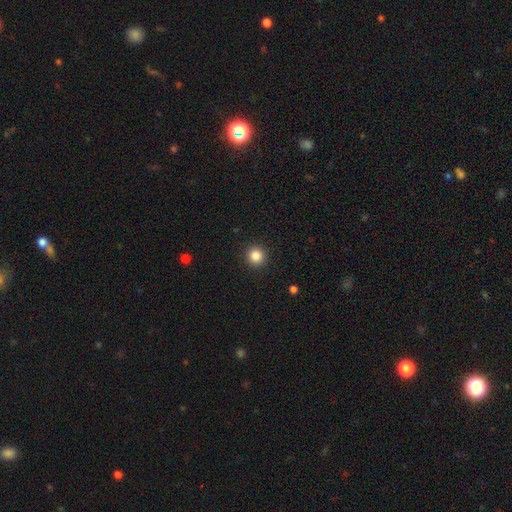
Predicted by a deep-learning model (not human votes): Morphology: type=smooth (85%); roundness=round (94%); merging=none (92%).